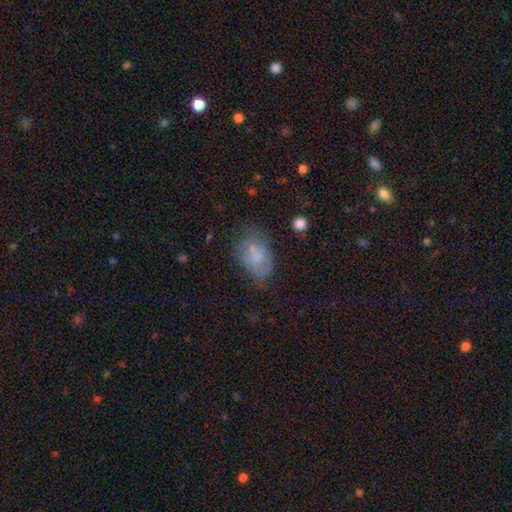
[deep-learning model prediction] Smooth or featured? smooth (58%)
How rounded? in between (87%)
Merging? none (48%)